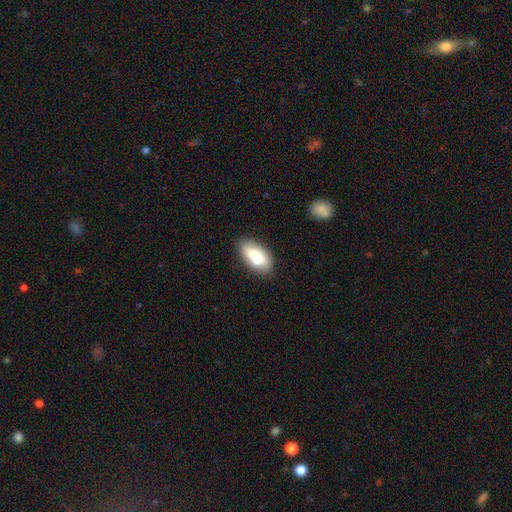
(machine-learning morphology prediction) smooth-or-featured: smooth: 72% | featured or disk: 20% | star or artifact: 8%
  how-rounded: in between: 90% | cigar-shaped: 6% | round: 4%
  merging: none: 67% | minor disturbance: 17% | merger: 11% | major disturbance: 5%